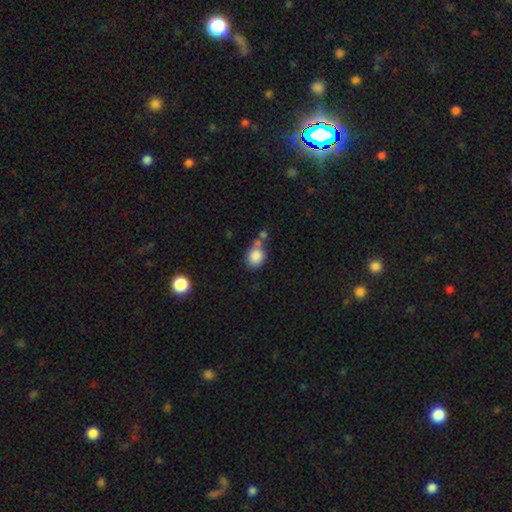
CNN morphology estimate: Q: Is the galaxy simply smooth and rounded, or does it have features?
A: smooth — 85%.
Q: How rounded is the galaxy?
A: round — 59%.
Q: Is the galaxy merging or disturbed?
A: none — 48%.